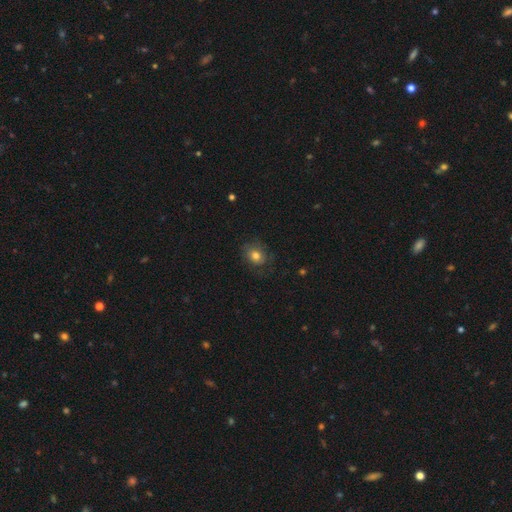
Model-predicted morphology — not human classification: Smooth or featured: smooth — 70% (featured or disk — 19%)
How rounded: round — 57% (in between — 42%)
Merging: none — 70% (minor disturbance — 19%)